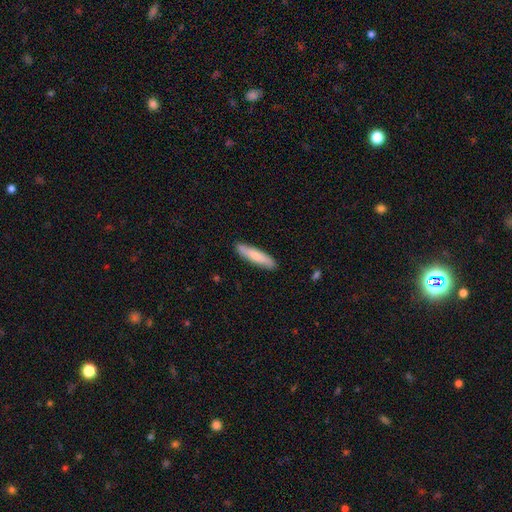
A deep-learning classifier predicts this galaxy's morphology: type=smooth (71%); roundness=cigar-shaped (82%); merging=none (88%).